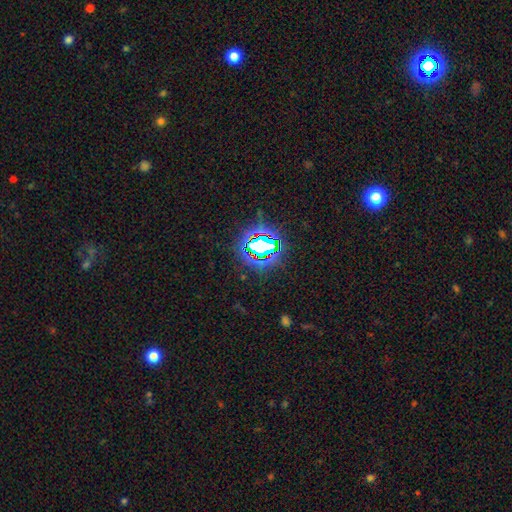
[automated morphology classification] Smooth or featured? star or artifact (78%)